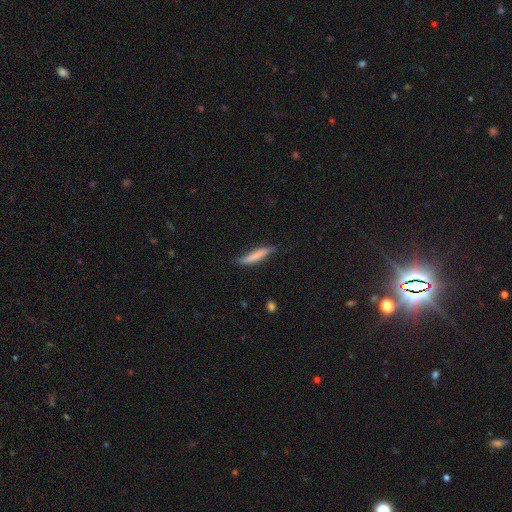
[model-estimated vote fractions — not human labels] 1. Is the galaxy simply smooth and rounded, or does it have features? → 69% smooth, 25% featured or disk, 6% star or artifact.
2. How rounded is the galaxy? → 89% cigar-shaped, 9% in between, 1% round.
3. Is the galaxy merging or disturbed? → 62% none, 29% minor disturbance, 7% major disturbance, 2% merger.